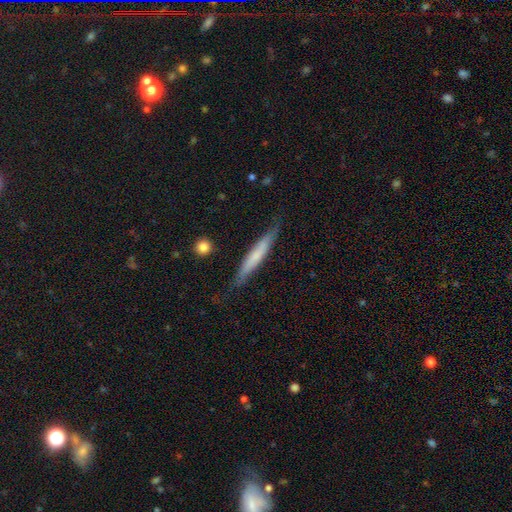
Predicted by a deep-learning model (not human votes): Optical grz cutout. It shows a smooth galaxy with no disk features (54%) that is cigar-shaped (95%). Merging: none (80%).